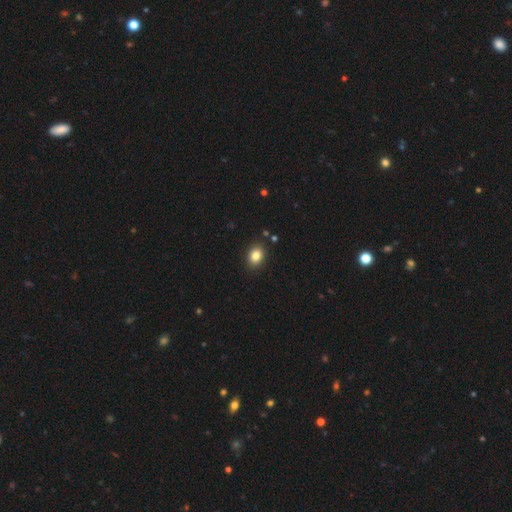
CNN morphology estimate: The model was most divided on "how rounded": in between: 67%, round: 32%, cigar-shaped: 1%. More confident: merging — none (88%); smooth or featured — smooth (84%).